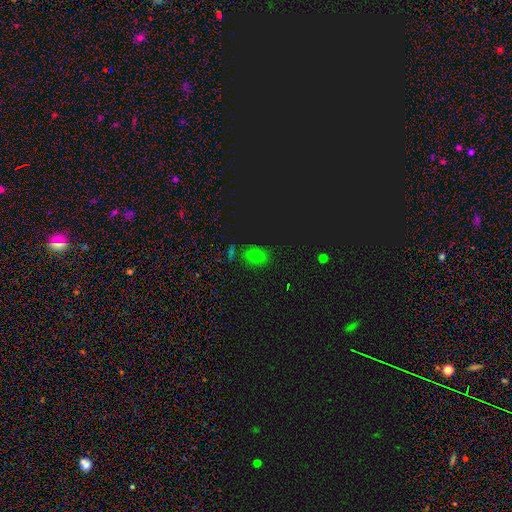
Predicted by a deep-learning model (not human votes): The model was most divided on "how rounded": in between: 63%, round: 35%, cigar-shaped: 2%. More confident: merging — none (79%); smooth or featured — smooth (61%).